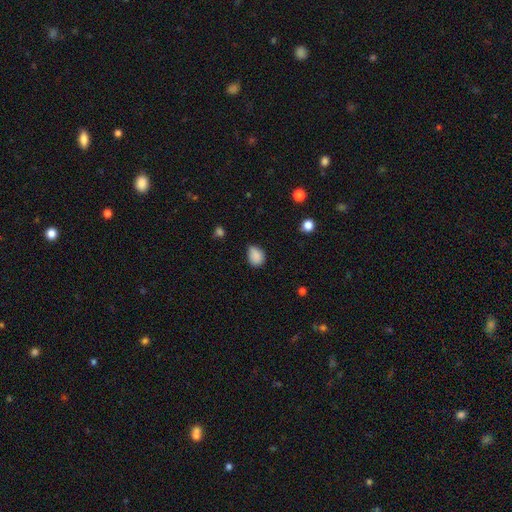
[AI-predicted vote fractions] Smooth or featured? smooth (86%)
How rounded? in between (62%)
Merging? none (59%)